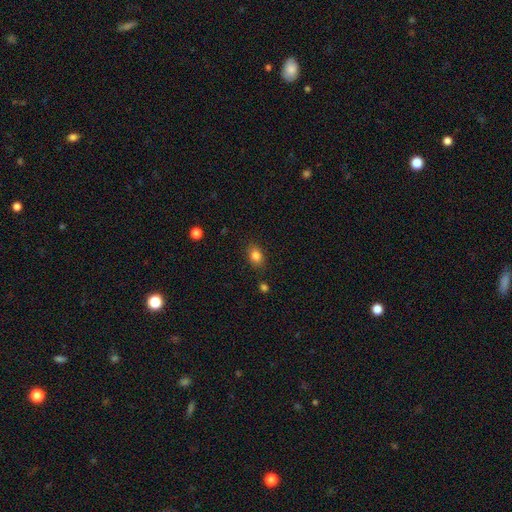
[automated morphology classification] smooth-or-featured: smooth: 83% | star or artifact: 10% | featured or disk: 6%
  how-rounded: in between: 76% | round: 23% | cigar-shaped: 2%
  merging: none: 84% | minor disturbance: 11% | major disturbance: 3% | merger: 2%